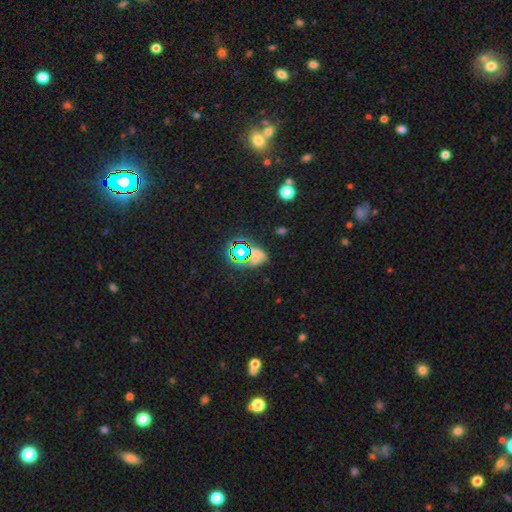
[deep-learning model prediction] star or artifact 55%, smooth 31%, featured or disk 14%.